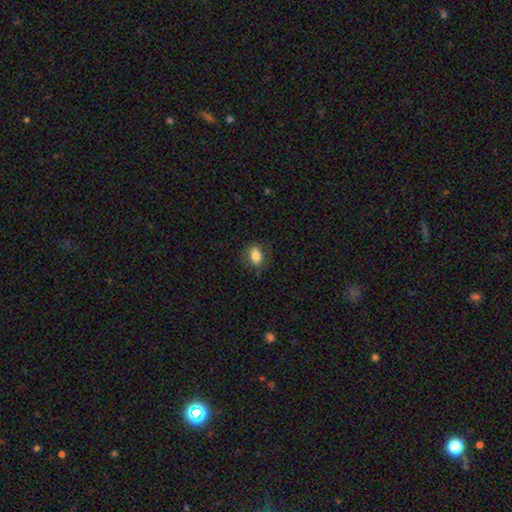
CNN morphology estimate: This appears to be a smooth galaxy with no disk features (78%) that is in between round and cigar-shaped (79%). Merging: none (78%).